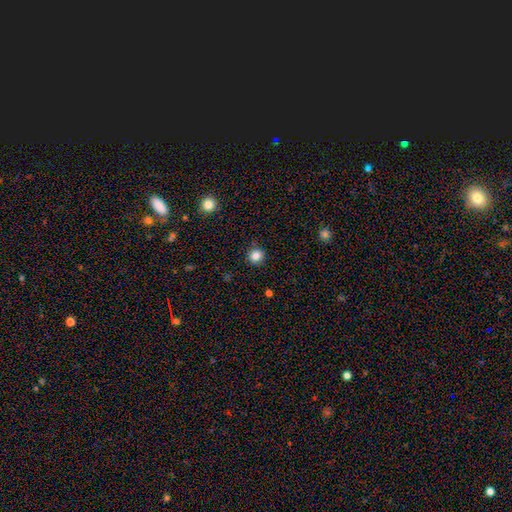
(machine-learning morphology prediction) Smooth or featured? Predicted: smooth (p=0.83). How rounded? Predicted: round (p=0.90). Merging? Predicted: none (p=0.90).